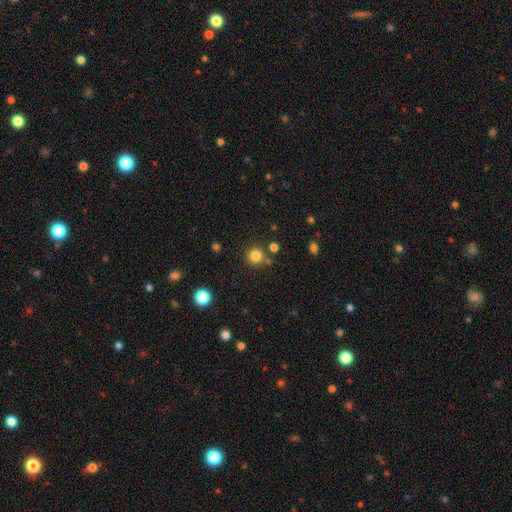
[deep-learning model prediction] Q: Smooth or featured?
A: smooth (82%); runner-up: star or artifact (13%)
Q: How rounded?
A: round (93%); runner-up: in between (6%)
Q: Merging?
A: none (79%); runner-up: merger (9%)